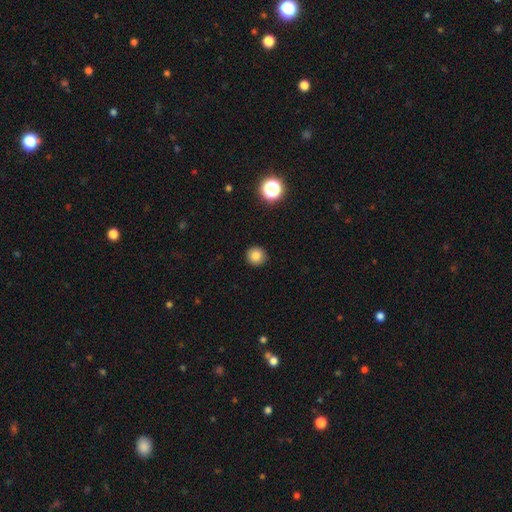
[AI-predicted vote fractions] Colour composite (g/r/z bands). It shows a smooth galaxy with no disk features (82%) that is round (94%). Merging: none (92%).